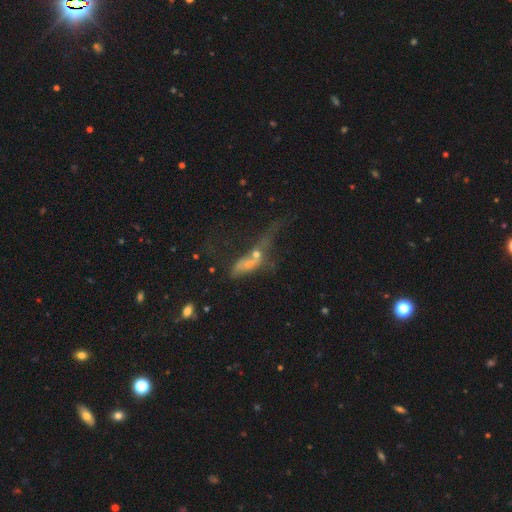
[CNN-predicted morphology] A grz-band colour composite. It shows a featured or disk galaxy (45%). Merging: merger (49%).